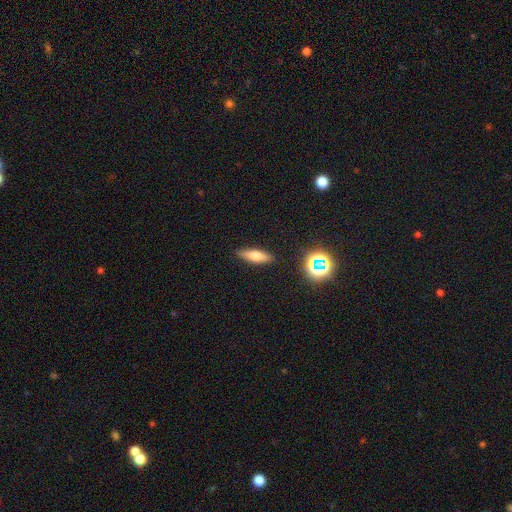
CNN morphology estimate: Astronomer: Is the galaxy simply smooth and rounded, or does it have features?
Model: smooth — 64%.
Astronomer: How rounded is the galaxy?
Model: cigar-shaped — 54% (runner-up: in between, 42%).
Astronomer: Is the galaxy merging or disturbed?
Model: none — 87%.